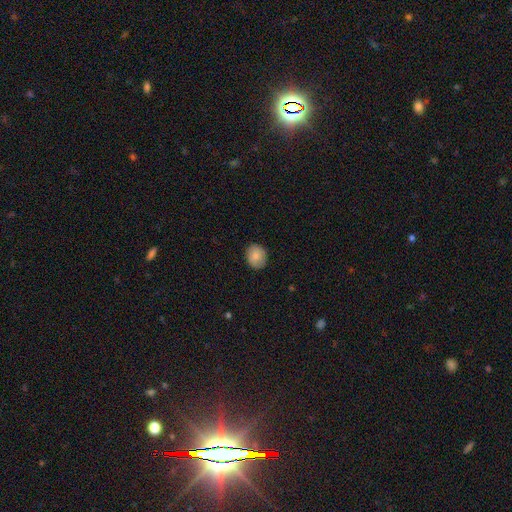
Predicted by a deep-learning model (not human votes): smooth-or-featured: smooth: 80% | featured or disk: 13% | star or artifact: 8%
  how-rounded: round: 66% | in between: 33% | cigar-shaped: 1%
  merging: none: 86% | minor disturbance: 11% | major disturbance: 2% | merger: 1%